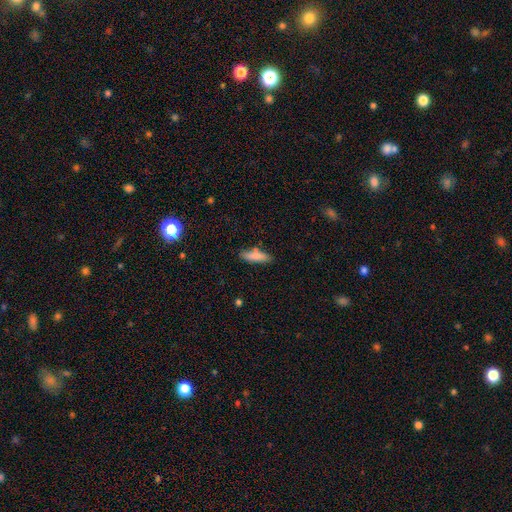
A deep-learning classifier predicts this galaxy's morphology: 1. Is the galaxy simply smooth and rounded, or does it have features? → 80% smooth, 13% featured or disk, 7% star or artifact.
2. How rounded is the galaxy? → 57% cigar-shaped, 41% in between, 2% round.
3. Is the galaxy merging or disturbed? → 72% none, 19% minor disturbance, 6% merger, 4% major disturbance.